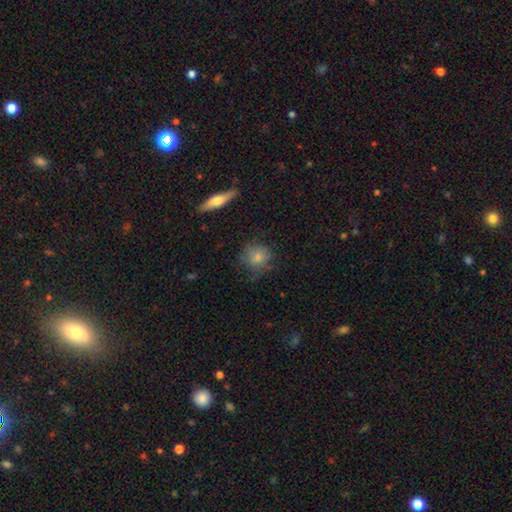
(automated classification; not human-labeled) Q: Smooth or featured?
A: smooth (67%); runner-up: featured or disk (22%)
Q: How rounded?
A: round (83%); runner-up: in between (14%)
Q: Merging?
A: none (73%); runner-up: minor disturbance (19%)